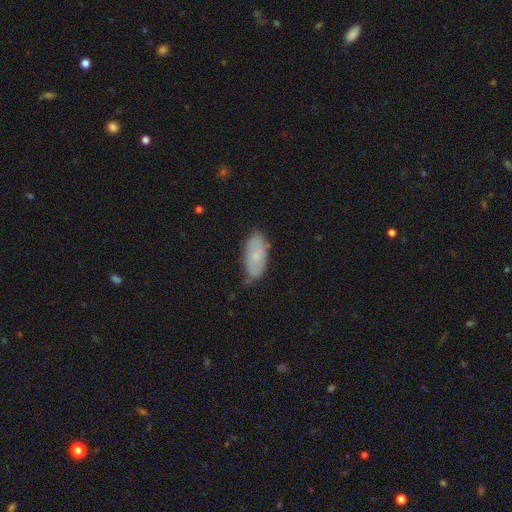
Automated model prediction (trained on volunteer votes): Morphology: type=smooth (64%); roundness=in between (90%); merging=none (70%).